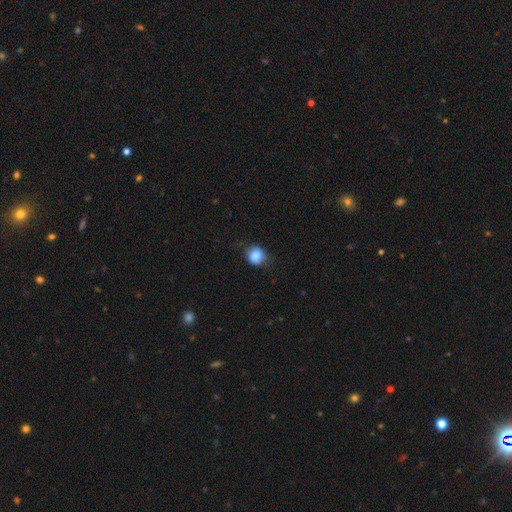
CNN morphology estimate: This appears to be a smooth galaxy with no disk features (82%) that is round (70%). Merging: none (69%).